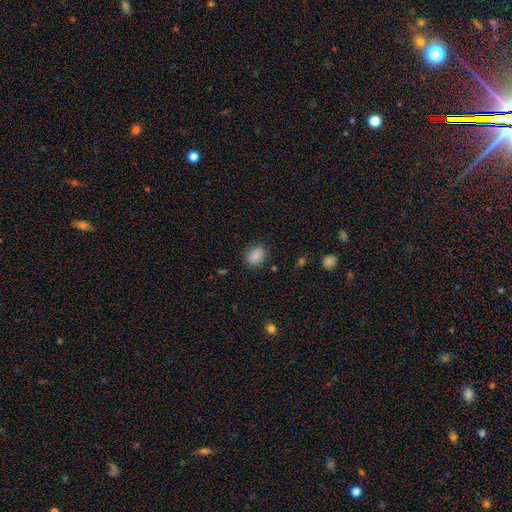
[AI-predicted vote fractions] smooth-or-featured: smooth: 88% | star or artifact: 9% | featured or disk: 3%
  how-rounded: in between: 68% | round: 31% | cigar-shaped: 1%
  merging: none: 85% | minor disturbance: 11% | major disturbance: 3% | merger: 1%